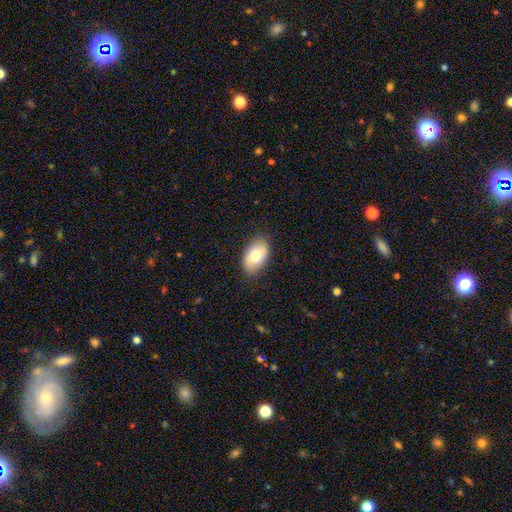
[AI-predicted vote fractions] smooth 75%, featured or disk 18%, star or artifact 6%. Down the decision tree: how rounded — in between (92%); merging — none (85%).